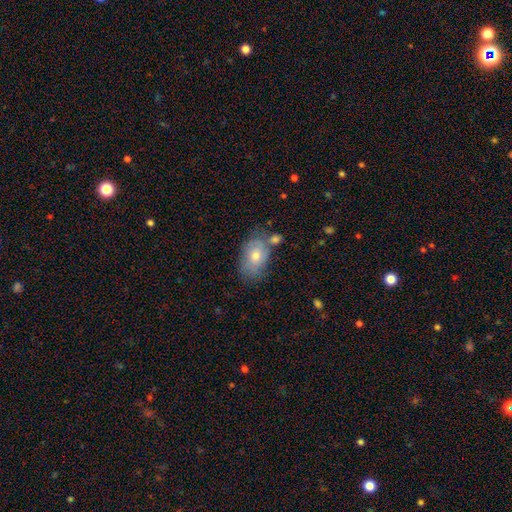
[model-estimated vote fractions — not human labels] smooth-or-featured: smooth: 66% | featured or disk: 26% | star or artifact: 8%
  how-rounded: in between: 87% | round: 11% | cigar-shaped: 2%
  merging: none: 60% | minor disturbance: 23% | merger: 11% | major disturbance: 6%